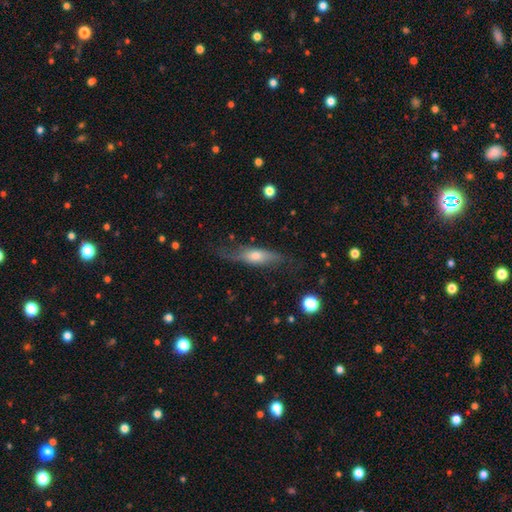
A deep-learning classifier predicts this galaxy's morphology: A featured or disk galaxy (50%) viewed edge-on (66%).

Vote fractions:
- Smooth or featured? featured or disk: 50% / smooth: 43% / star or artifact: 7%
- Edge-on disk? yes: 66% / no: 34%
- Merging? none: 62% / minor disturbance: 25% / major disturbance: 11% / merger: 2%